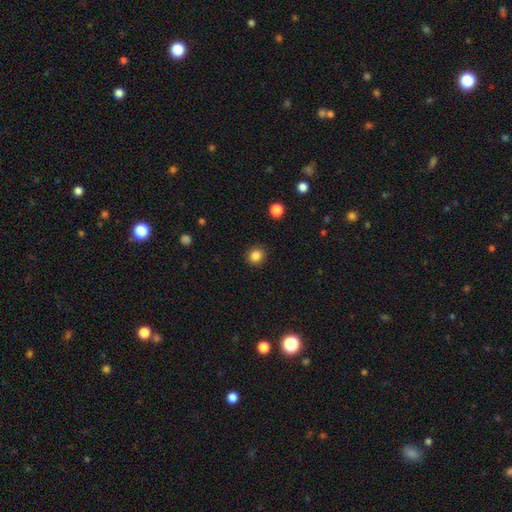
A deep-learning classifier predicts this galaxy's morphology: A smooth galaxy with no disk features (85%) that is round (86%). Merging: none (91%).